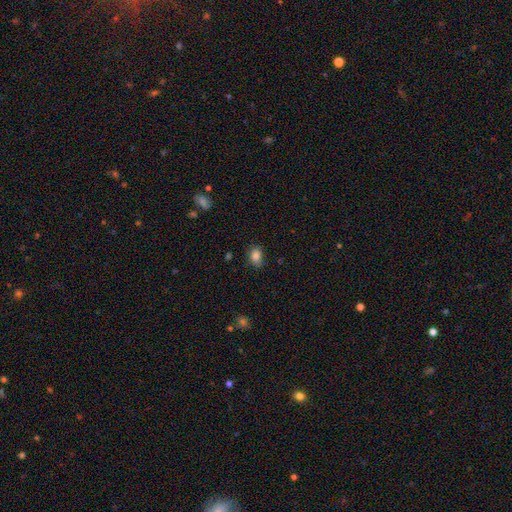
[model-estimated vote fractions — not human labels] This is clearly a smooth galaxy (85%). How rounded: likely in between (73%). Merging: likely none (79%).